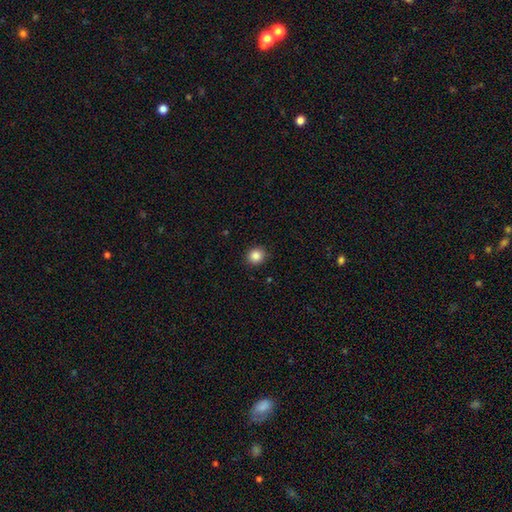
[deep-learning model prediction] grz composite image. It shows a smooth galaxy with no disk features (86%) that is round (87%). Merging: none (91%).